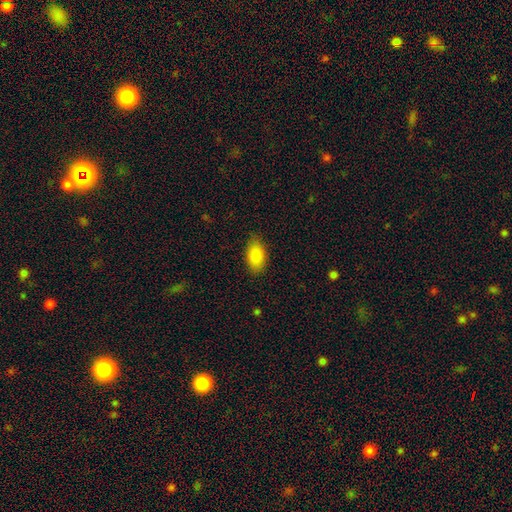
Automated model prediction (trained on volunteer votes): This is clearly a smooth galaxy (86%). How rounded: clearly in between (93%). Merging: clearly none (84%).